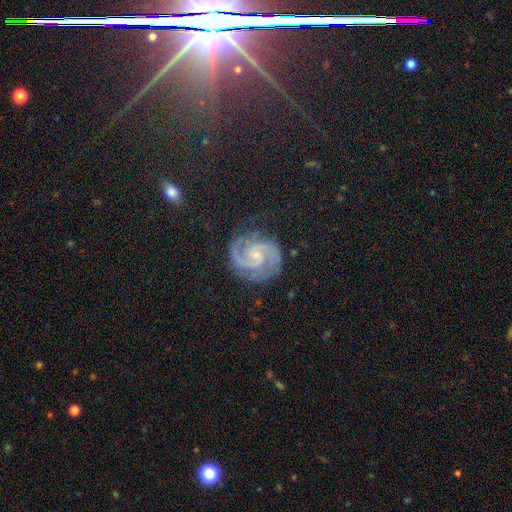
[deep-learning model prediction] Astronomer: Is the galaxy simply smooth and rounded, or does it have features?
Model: featured or disk — 90%.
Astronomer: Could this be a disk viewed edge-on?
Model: no — 98%.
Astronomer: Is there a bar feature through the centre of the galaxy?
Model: no — 53% (runner-up: weak, 38%).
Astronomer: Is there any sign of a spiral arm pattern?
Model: yes — 98%.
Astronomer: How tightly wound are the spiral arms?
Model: tight — 49% (runner-up: medium, 45%).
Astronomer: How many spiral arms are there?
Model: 2 — 90%.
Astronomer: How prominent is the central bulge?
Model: small — 69%.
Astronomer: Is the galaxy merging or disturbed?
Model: none — 80%.